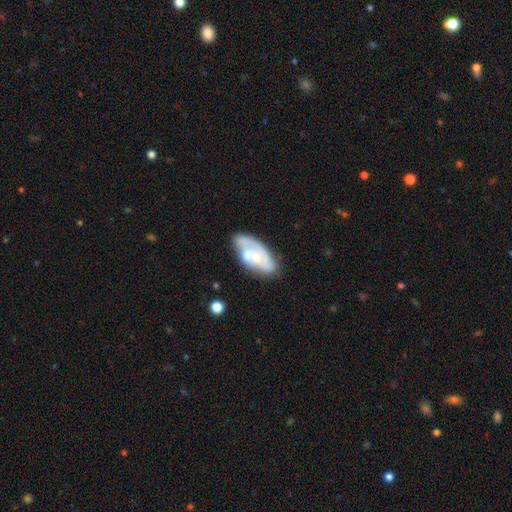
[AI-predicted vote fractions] Q: Smooth or featured?
A: featured or disk (62%); runner-up: smooth (32%)
Q: Edge-on disk?
A: no (93%); runner-up: yes (7%)
Q: Bar?
A: no (76%); runner-up: weak (20%)
Q: Spiral arms?
A: yes (64%); runner-up: no (36%)
Q: Bulge size?
A: small (49%); runner-up: moderate (39%)
Q: Merging?
A: none (51%); runner-up: minor disturbance (23%)